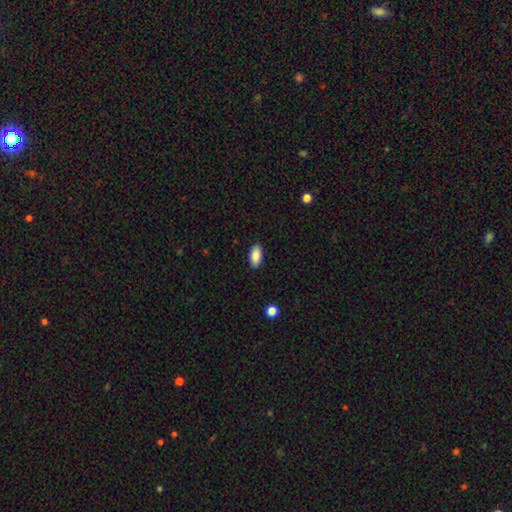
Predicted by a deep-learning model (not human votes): The model was most divided on "merging": none: 89%, minor disturbance: 8%, major disturbance: 2%, merger: 1%. More confident: how rounded — in between (92%); smooth or featured — smooth (88%).